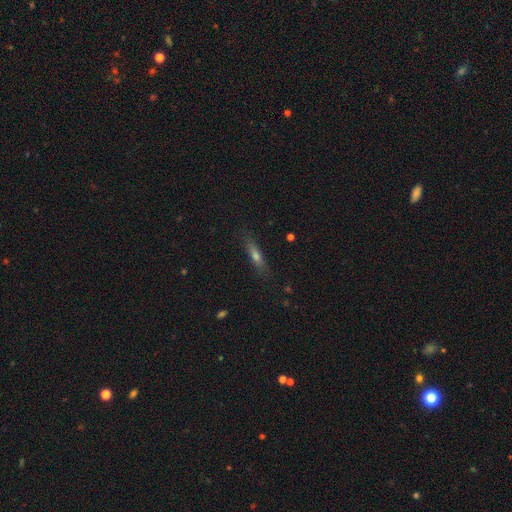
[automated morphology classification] Smooth or featured: smooth — 56% (featured or disk — 34%)
How rounded: cigar-shaped — 78% (in between — 19%)
Merging: none — 83% (minor disturbance — 12%)